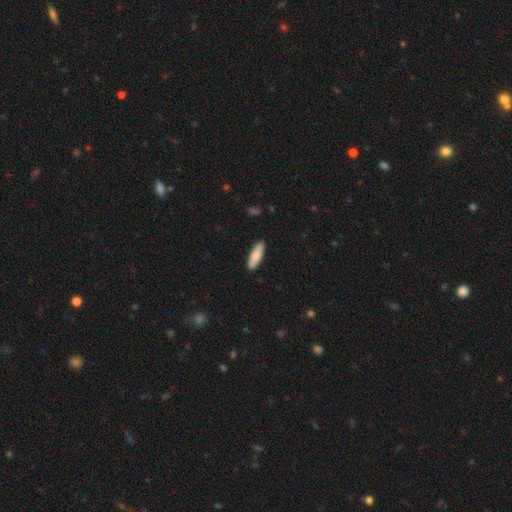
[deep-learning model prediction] smooth-or-featured: smooth: 81% | featured or disk: 13% | star or artifact: 5%
  how-rounded: cigar-shaped: 52% | in between: 47% | round: 2%
  merging: none: 88% | minor disturbance: 9% | major disturbance: 2% | merger: 1%